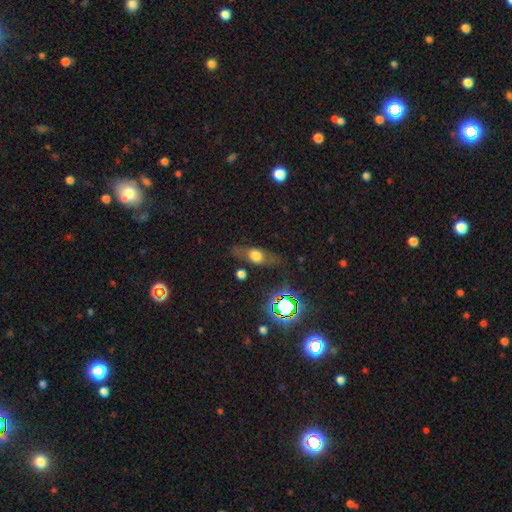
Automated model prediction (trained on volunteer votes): Smooth or featured? Predicted: smooth (p=0.49). Merging? Predicted: none (p=0.72).